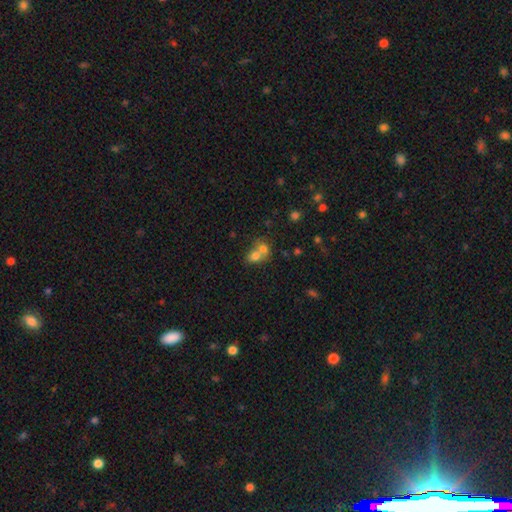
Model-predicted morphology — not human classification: type=smooth (72%); roundness=round (55%); merging=merger (68%).